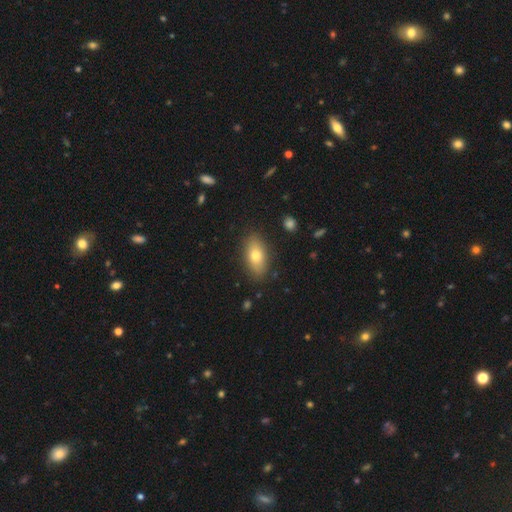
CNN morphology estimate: smooth 73%, featured or disk 20%, star or artifact 7%. Down the decision tree: how rounded — in between (87%); merging — none (86%).